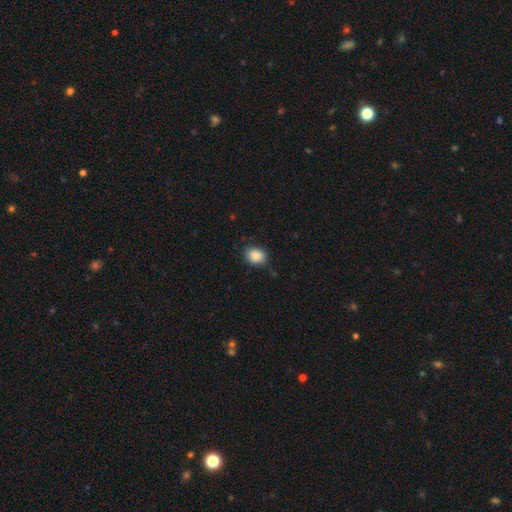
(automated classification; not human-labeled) A smooth galaxy with no disk features (87%) that is in between round and cigar-shaped (55%).

Vote fractions:
- Smooth or featured? smooth: 87% / star or artifact: 8% / featured or disk: 4%
- How rounded? in between: 55% / round: 44% / cigar-shaped: 1%
- Merging? none: 79% / minor disturbance: 17% / major disturbance: 3% / merger: 1%